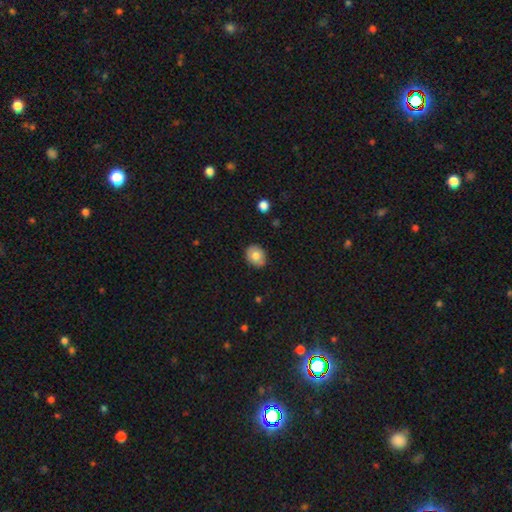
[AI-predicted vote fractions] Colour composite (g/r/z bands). It shows a smooth galaxy with no disk features (76%) that is round (53%). Merging: none (84%).